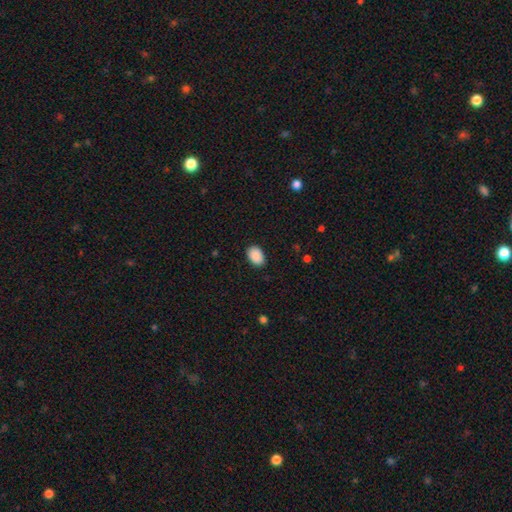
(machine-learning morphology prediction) Overall: smooth (90%). How rounded: in between (84%). Merging: none (88%).